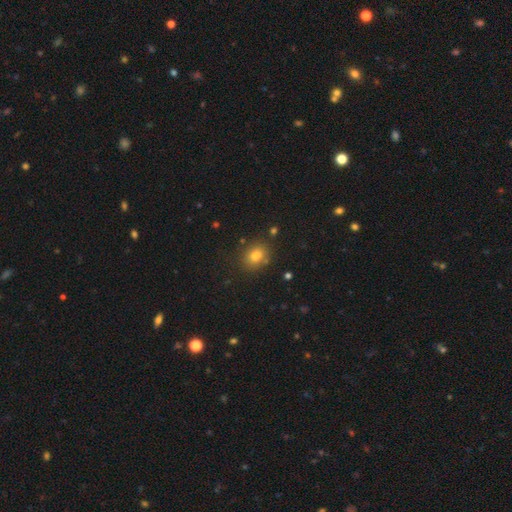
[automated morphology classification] The model was most divided on "how rounded": round: 52%, in between: 47%, cigar-shaped: 1%. More confident: merging — none (81%); smooth or featured — smooth (78%).